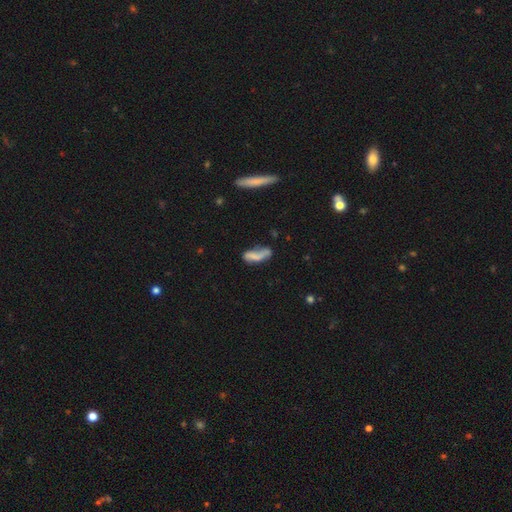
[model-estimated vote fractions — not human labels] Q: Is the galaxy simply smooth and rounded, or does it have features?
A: smooth — 58%.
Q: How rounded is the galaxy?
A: in between — 68%.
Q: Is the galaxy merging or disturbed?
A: none — 35%.